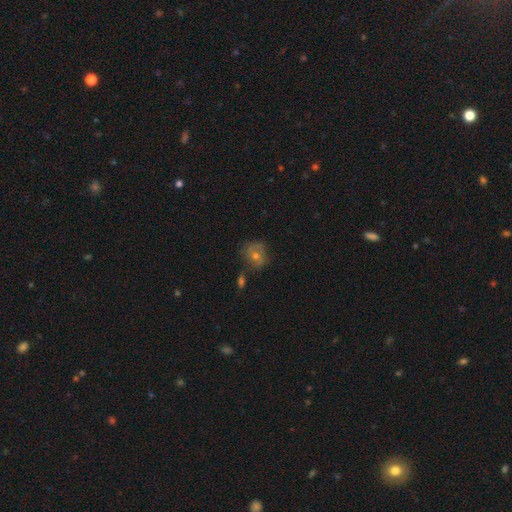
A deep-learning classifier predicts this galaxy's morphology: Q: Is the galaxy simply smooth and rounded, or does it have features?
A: smooth — 43%.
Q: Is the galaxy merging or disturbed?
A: none — 67%.